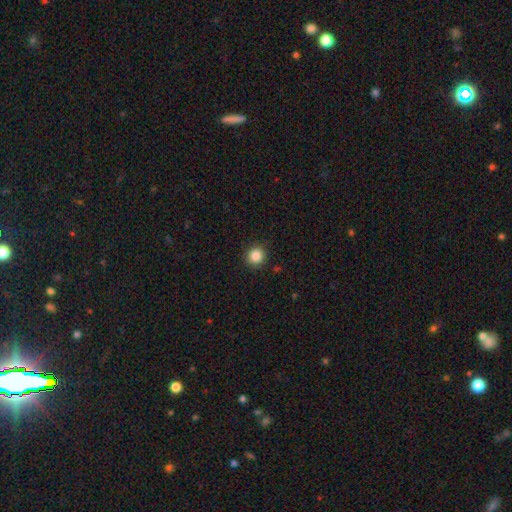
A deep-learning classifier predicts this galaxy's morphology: Smooth or featured? Predicted: smooth (p=0.86). How rounded? Predicted: round (p=0.92). Merging? Predicted: none (p=0.91).